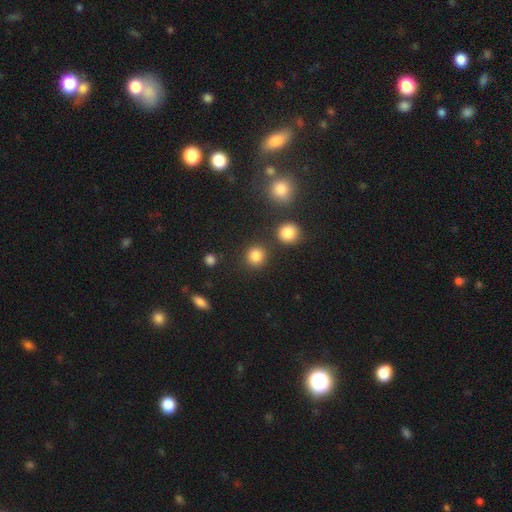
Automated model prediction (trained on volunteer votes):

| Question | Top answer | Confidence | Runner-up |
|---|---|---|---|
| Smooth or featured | smooth | 84% | star or artifact (12%) |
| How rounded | round | 90% | in between (9%) |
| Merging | none | 85% | minor disturbance (7%) |